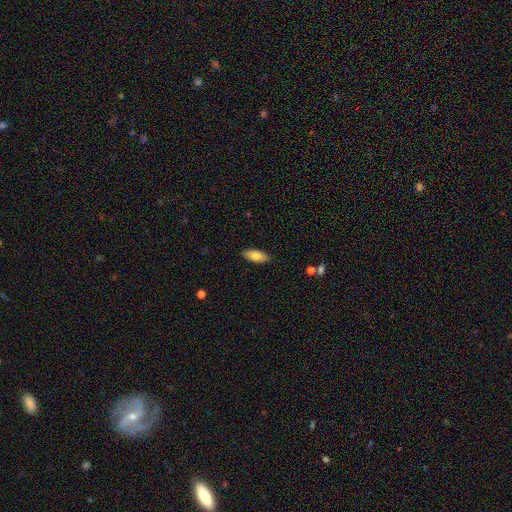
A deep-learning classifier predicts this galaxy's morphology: The model was most divided on "smooth or featured": smooth: 78%, featured or disk: 16%, star or artifact: 6%. More confident: merging — none (88%); how rounded — in between (84%).